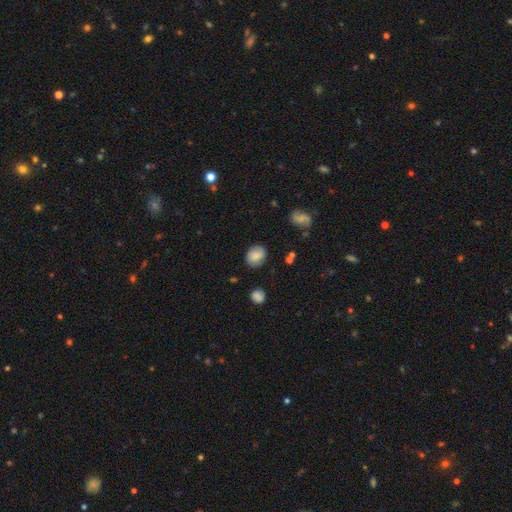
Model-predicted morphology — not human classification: This is likely a smooth galaxy (76%). How rounded: possibly round (57%). Merging: likely none (80%).